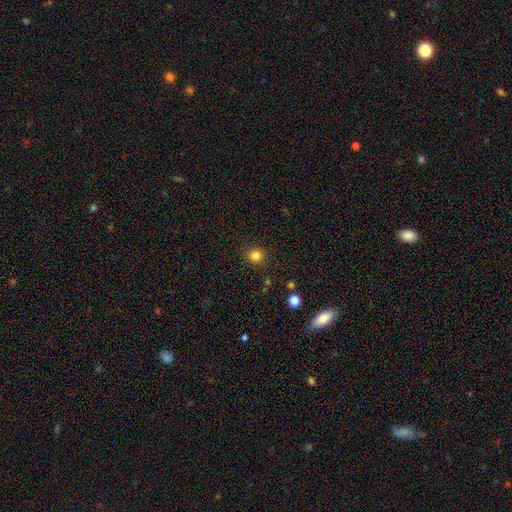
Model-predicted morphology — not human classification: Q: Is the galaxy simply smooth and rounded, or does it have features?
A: smooth — 83%.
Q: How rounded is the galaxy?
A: round — 86%.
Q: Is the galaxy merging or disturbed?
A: none — 88%.